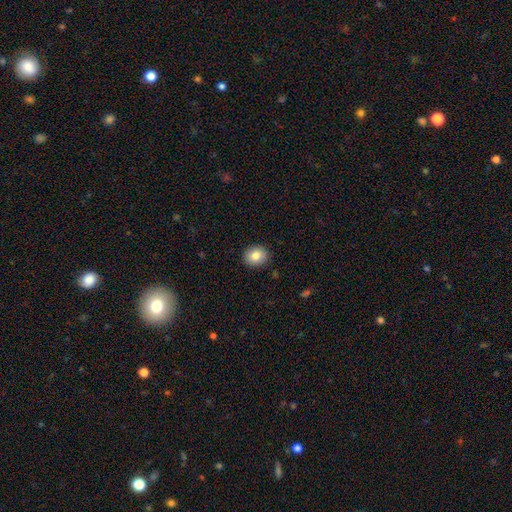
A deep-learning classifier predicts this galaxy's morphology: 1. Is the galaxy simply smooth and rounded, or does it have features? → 83% smooth, 9% featured or disk, 9% star or artifact.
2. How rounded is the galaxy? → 72% round, 27% in between, 1% cigar-shaped.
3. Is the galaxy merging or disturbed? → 91% none, 7% minor disturbance, 2% major disturbance, 1% merger.